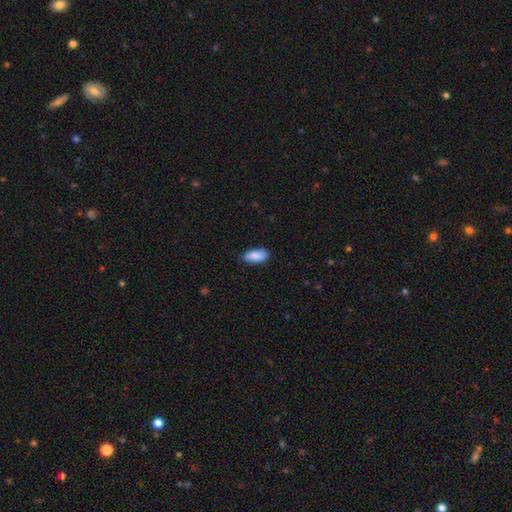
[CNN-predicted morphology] type=smooth (86%); roundness=in between (91%); merging=none (82%).